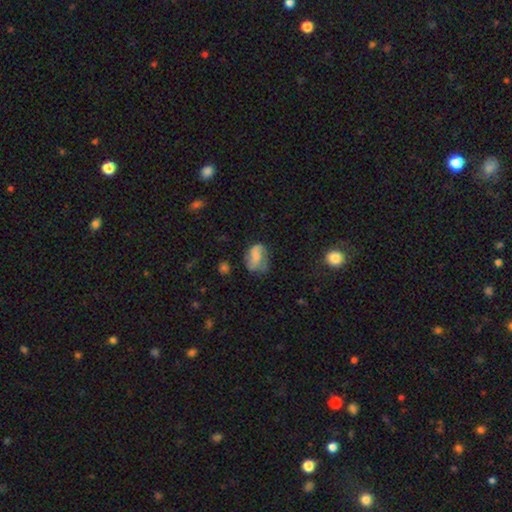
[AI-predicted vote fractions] smooth 56%, featured or disk 34%, star or artifact 10%. Down the decision tree: how rounded — in between (75%); merging — none (41%).